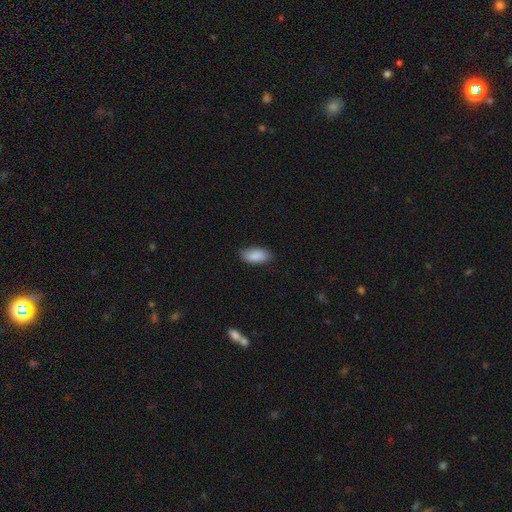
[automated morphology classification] smooth 89%, star or artifact 6%, featured or disk 5%. Down the decision tree: how rounded — in between (91%); merging — none (84%).